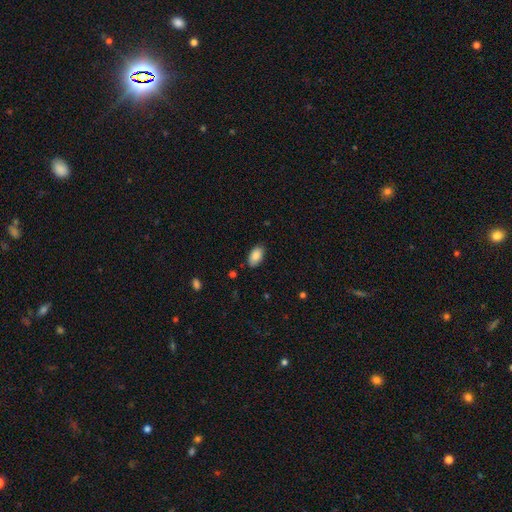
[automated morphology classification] This is clearly a smooth galaxy (86%). How rounded: clearly in between (94%). Merging: clearly none (86%).